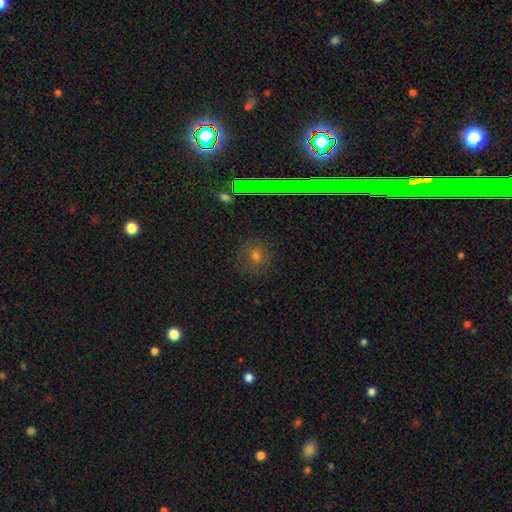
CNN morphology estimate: Smooth or featured?
  - smooth: 57% *
  - star or artifact: 26%
  - featured or disk: 16%
How rounded?
  - round: 85% *
  - in between: 13%
  - cigar-shaped: 2%
Merging?
  - none: 84% *
  - minor disturbance: 11%
  - major disturbance: 4%
  - merger: 2%